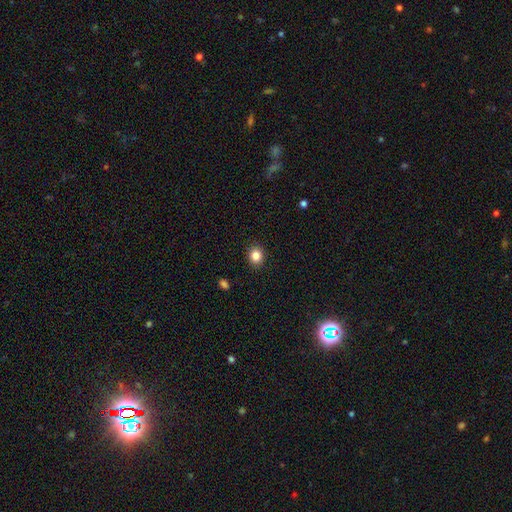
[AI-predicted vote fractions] Q: Smooth or featured?
A: smooth (85%); runner-up: star or artifact (11%)
Q: How rounded?
A: round (70%); runner-up: in between (29%)
Q: Merging?
A: none (91%); runner-up: minor disturbance (6%)